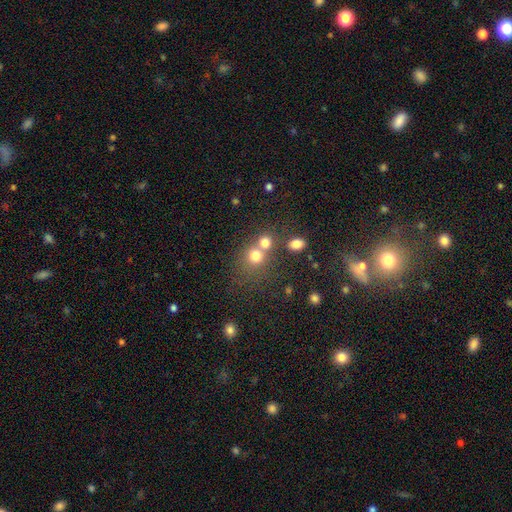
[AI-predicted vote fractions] A smooth galaxy with no disk features (73%) that is round (81%). Merging: merger (44%, tied with none).